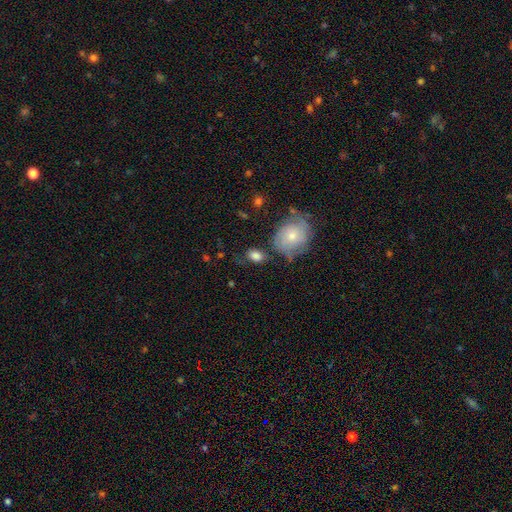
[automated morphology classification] Smooth or featured?
  - smooth: 78% *
  - featured or disk: 14%
  - star or artifact: 8%
How rounded?
  - in between: 74% *
  - round: 24%
  - cigar-shaped: 2%
Merging?
  - none: 58% *
  - minor disturbance: 23%
  - major disturbance: 10%
  - merger: 9%